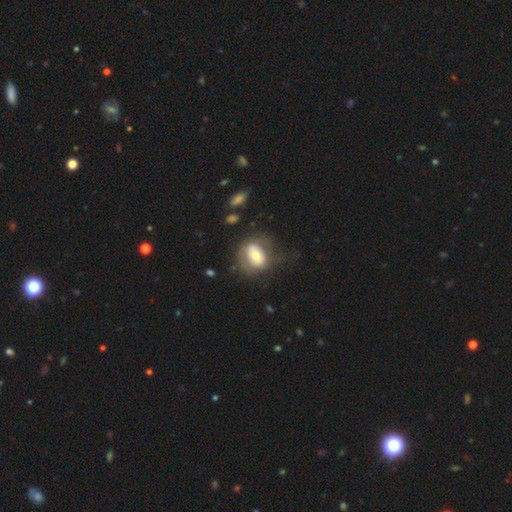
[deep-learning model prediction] smooth 51%, featured or disk 41%, star or artifact 8%. Down the decision tree: how rounded — in between (52%); merging — none (55%).